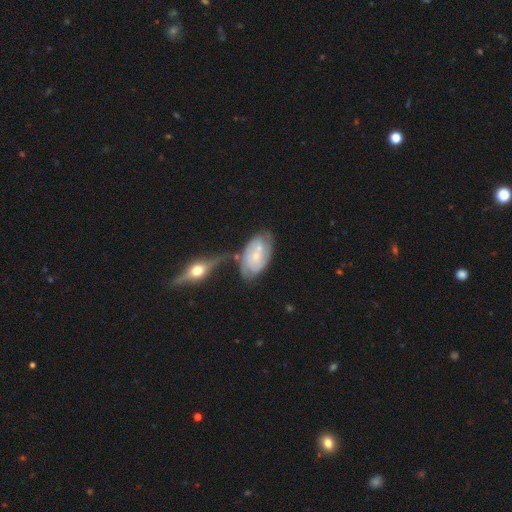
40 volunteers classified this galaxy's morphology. Smooth or featured? 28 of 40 (70%) said featured or disk. Edge-on disk? 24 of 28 (86%) said no. Bar? 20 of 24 (83%) said no. Spiral arms? 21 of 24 (88%) said yes. Spiral winding? 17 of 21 (81%) said tight. Spiral arm count? 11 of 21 (52%) said 2. Bulge size? 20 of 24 (83%) said small. Merging? 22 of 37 (59%) said none.